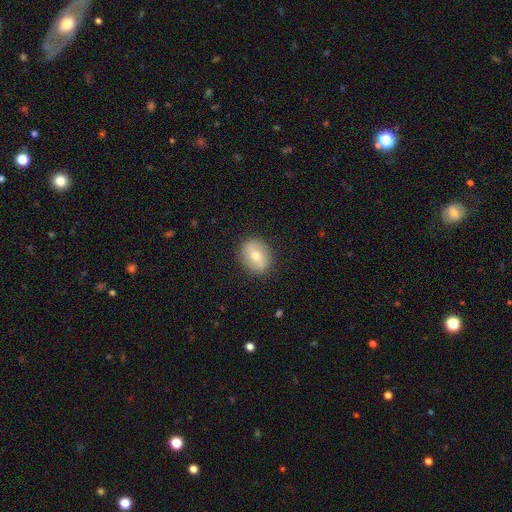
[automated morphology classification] The model was most divided on "smooth or featured": smooth: 52%, featured or disk: 41%, star or artifact: 7%. More confident: merging — none (86%); how rounded — round (61%).